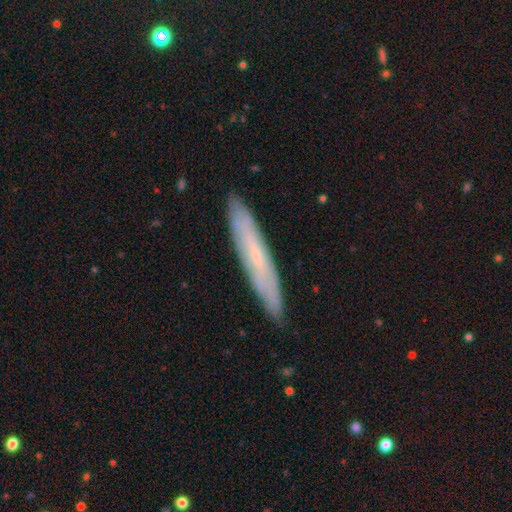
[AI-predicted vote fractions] smooth_or_featured: featured or disk (p=0.57) [alt: smooth p=0.35]
disk_edge_on: yes (p=0.66) [alt: no p=0.34]
merging: none (p=0.88) [alt: minor disturbance p=0.09]